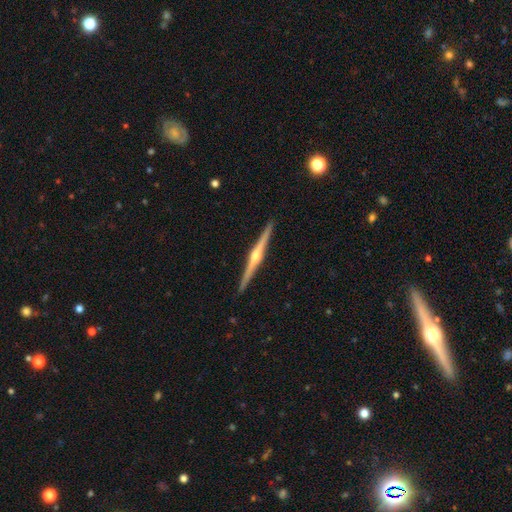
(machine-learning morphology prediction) featured or disk 86%, smooth 10%, star or artifact 5%. Down the decision tree: edge-on disk — yes (99%); edge-on bulge — rounded (92%); merging — none (93%).